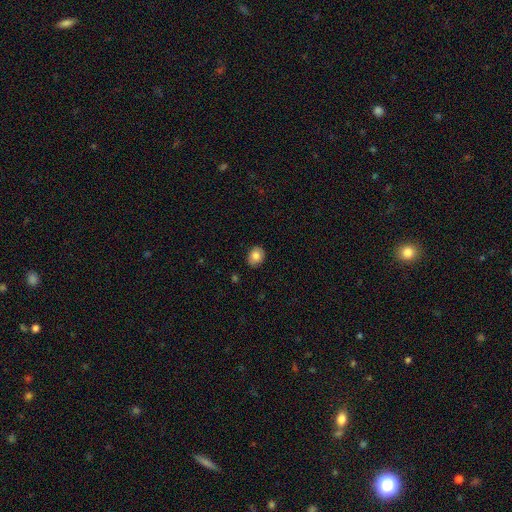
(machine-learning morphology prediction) This is clearly a smooth galaxy (82%). How rounded: possibly round (53%). Merging: clearly none (87%).